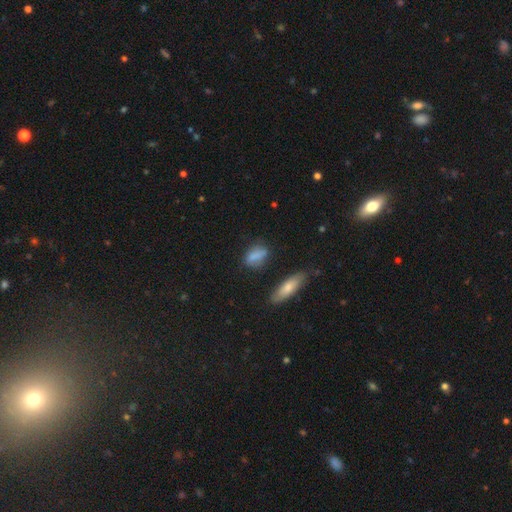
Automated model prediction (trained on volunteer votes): A smooth galaxy with no disk features (77%) that is in between round and cigar-shaped (76%).

Vote fractions:
- Smooth or featured? smooth: 77% / featured or disk: 14% / star or artifact: 9%
- How rounded? in between: 76% / round: 12% / cigar-shaped: 12%
- Merging? none: 66% / minor disturbance: 22% / major disturbance: 7% / merger: 5%